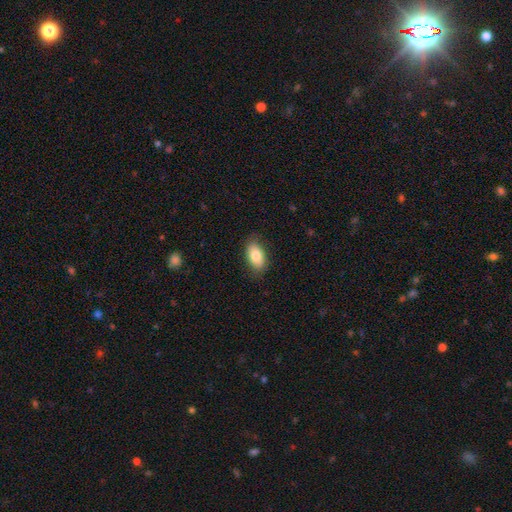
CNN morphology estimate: smooth 83%, featured or disk 11%, star or artifact 7%. Down the decision tree: how rounded — in between (92%); merging — none (84%).